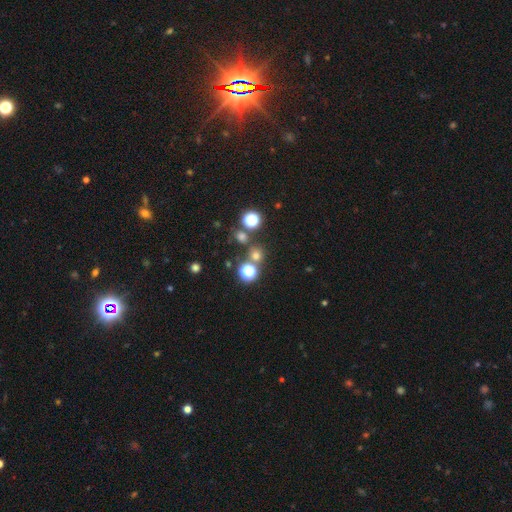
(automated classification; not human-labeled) A smooth galaxy with no disk features (61%) that is round (88%).

Vote fractions:
- Smooth or featured? smooth: 61% / star or artifact: 32% / featured or disk: 7%
- How rounded? round: 88% / in between: 10% / cigar-shaped: 1%
- Merging? none: 73% / merger: 16% / minor disturbance: 8% / major disturbance: 4%